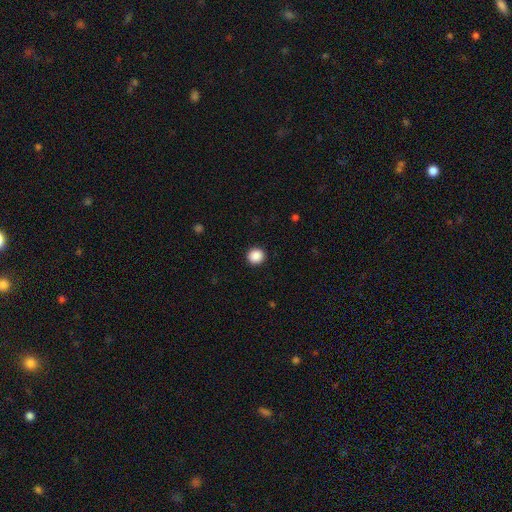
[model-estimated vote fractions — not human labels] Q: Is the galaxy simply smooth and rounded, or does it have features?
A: smooth — 89%.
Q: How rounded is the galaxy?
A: round — 93%.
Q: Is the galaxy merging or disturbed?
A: none — 93%.